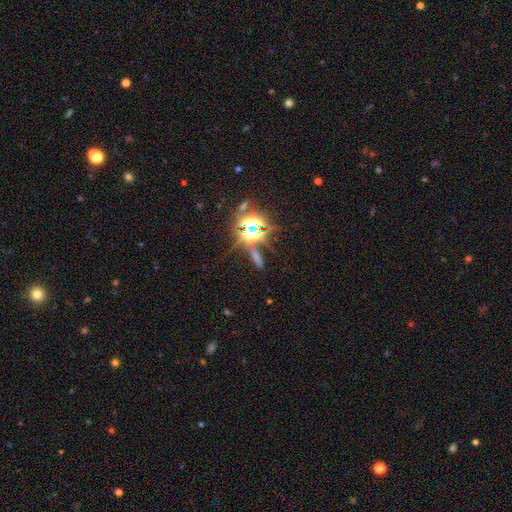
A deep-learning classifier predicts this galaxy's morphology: Overall: star or artifact (70%).